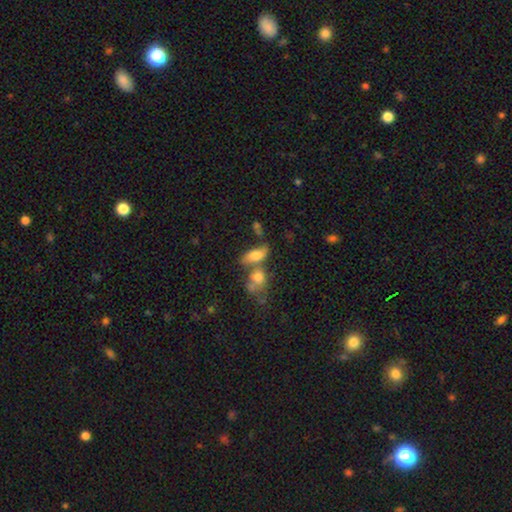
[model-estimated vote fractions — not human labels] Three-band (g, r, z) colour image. It shows a smooth galaxy with no disk features (67%) that is in between round and cigar-shaped (80%). Merging: merger (47%).